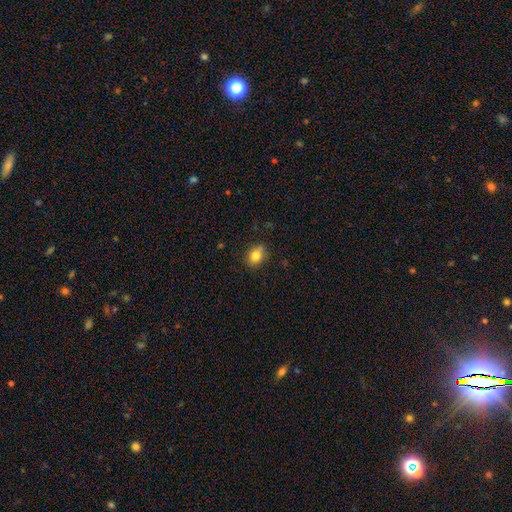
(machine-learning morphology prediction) This is clearly a smooth galaxy (81%). How rounded: possibly in between (51%). Merging: likely none (74%).